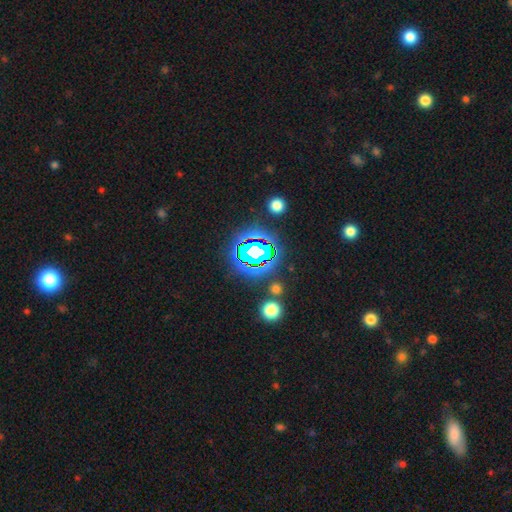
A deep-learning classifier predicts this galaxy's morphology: This appears to be a star or artifact, not a galaxy (79%).